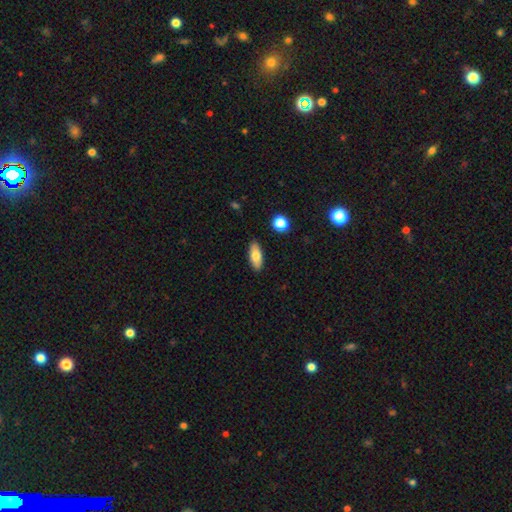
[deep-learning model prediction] This appears to be a smooth galaxy with no disk features (76%) that is in between round and cigar-shaped (79%). Merging: none (88%).